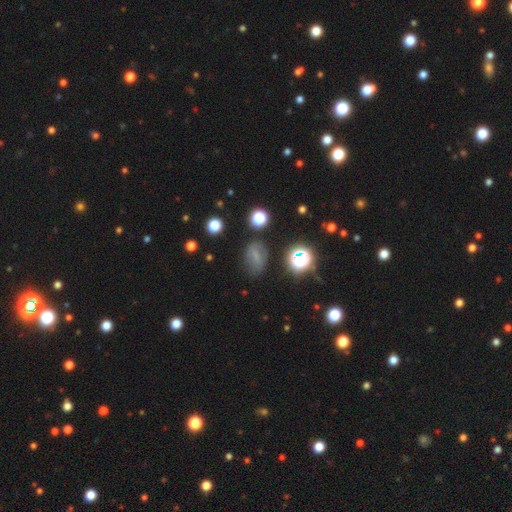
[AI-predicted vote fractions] The model was most divided on "smooth or featured": smooth: 54%, star or artifact: 24%, featured or disk: 22%. More confident: how rounded — in between (75%); merging — none (69%).